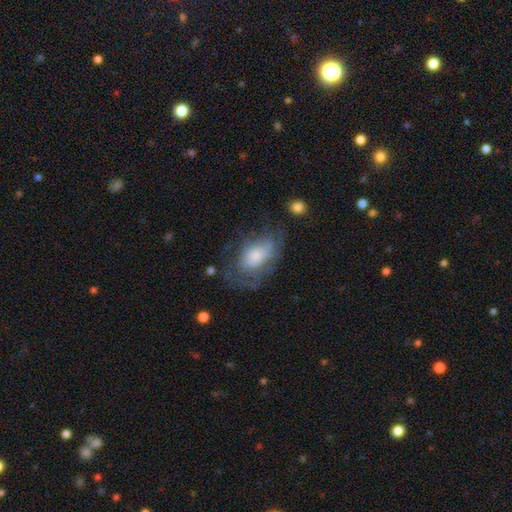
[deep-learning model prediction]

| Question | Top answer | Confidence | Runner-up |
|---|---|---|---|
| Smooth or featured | featured or disk | 49% | smooth (41%) |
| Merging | none | 49% | minor disturbance (25%) |